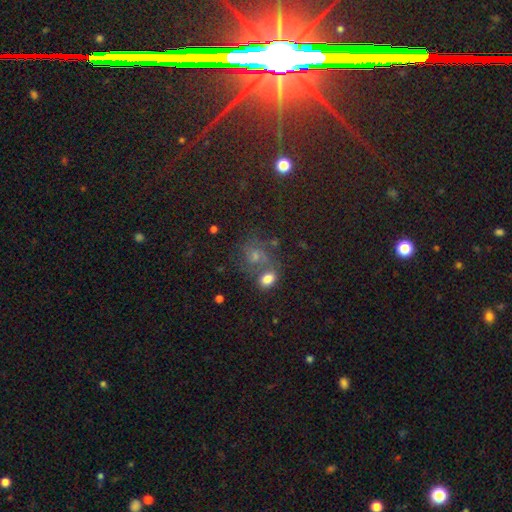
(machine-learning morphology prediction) This is possibly a smooth galaxy (46%). Merging: marginally none (40%).